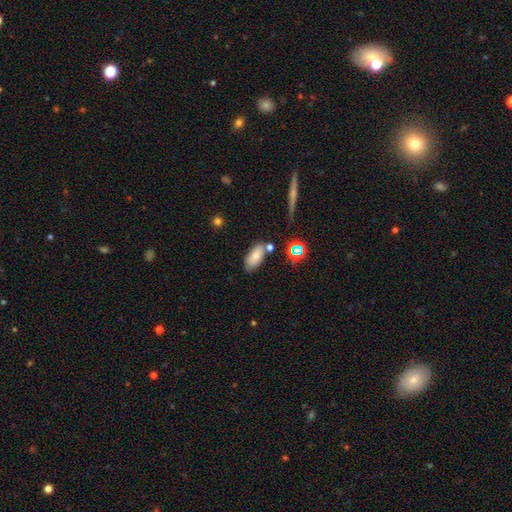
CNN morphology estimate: This appears to be a smooth galaxy with no disk features (78%) that is in between round and cigar-shaped (87%). Merging: none (72%).